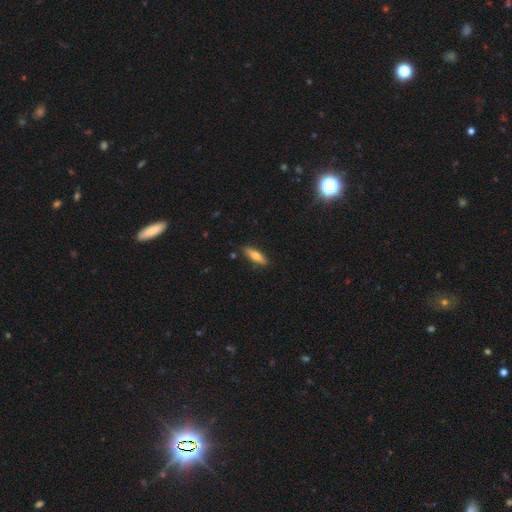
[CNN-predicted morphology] Q: Smooth or featured?
A: smooth (63%); runner-up: featured or disk (31%)
Q: How rounded?
A: cigar-shaped (63%); runner-up: in between (35%)
Q: Merging?
A: none (86%); runner-up: minor disturbance (10%)